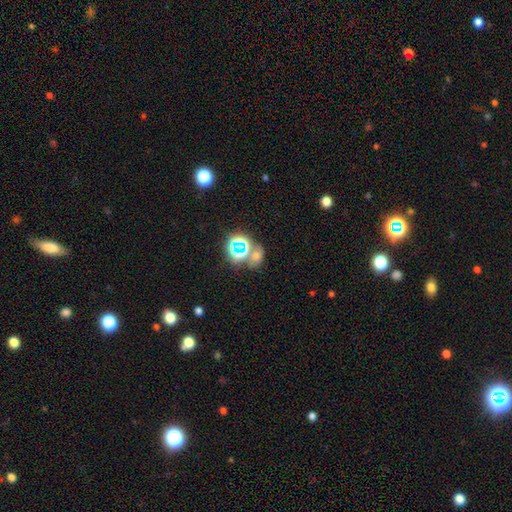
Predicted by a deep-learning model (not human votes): star or artifact 50%, smooth 38%, featured or disk 12%.